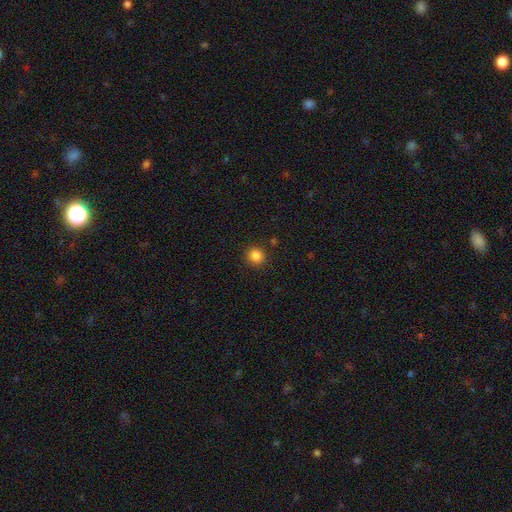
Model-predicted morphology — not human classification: smooth_or_featured: smooth (p=0.85) [alt: star or artifact p=0.12]
how_rounded: round (p=0.92) [alt: in between p=0.07]
merging: none (p=0.89) [alt: minor disturbance p=0.07]